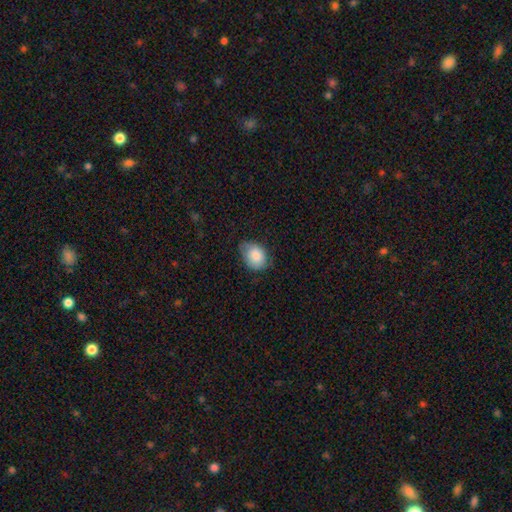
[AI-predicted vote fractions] A smooth galaxy with no disk features (83%) that is in between round and cigar-shaped (63%).

Vote fractions:
- Smooth or featured? smooth: 83% / featured or disk: 10% / star or artifact: 7%
- How rounded? in between: 63% / round: 36% / cigar-shaped: 1%
- Merging? none: 59% / minor disturbance: 33% / major disturbance: 7% / merger: 1%